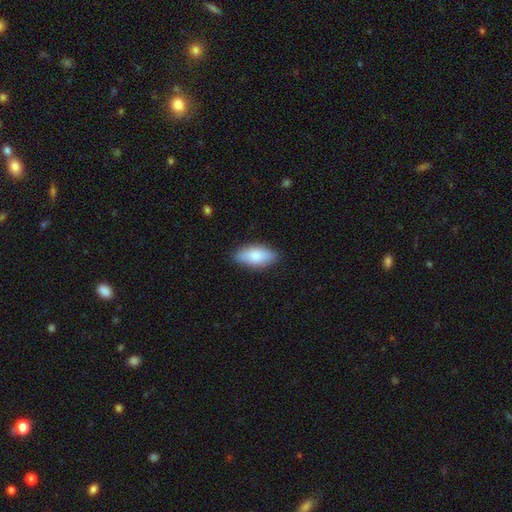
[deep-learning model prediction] smooth 81%, featured or disk 13%, star or artifact 6%. Down the decision tree: how rounded — in between (88%); merging — none (85%).